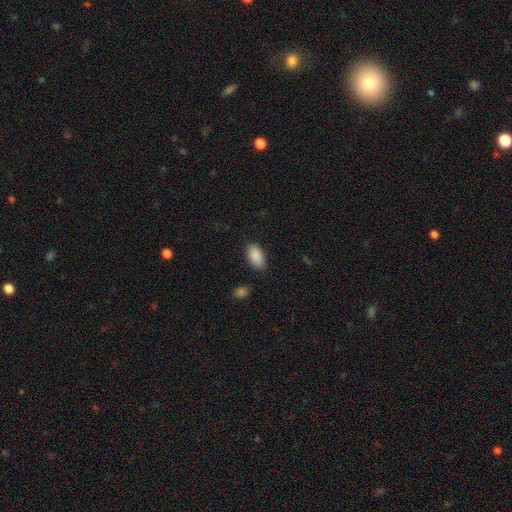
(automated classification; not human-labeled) smooth_or_featured: smooth (p=0.89) [alt: star or artifact p=0.07]
how_rounded: in between (p=0.94) [alt: round p=0.04]
merging: none (p=0.81) [alt: minor disturbance p=0.14]